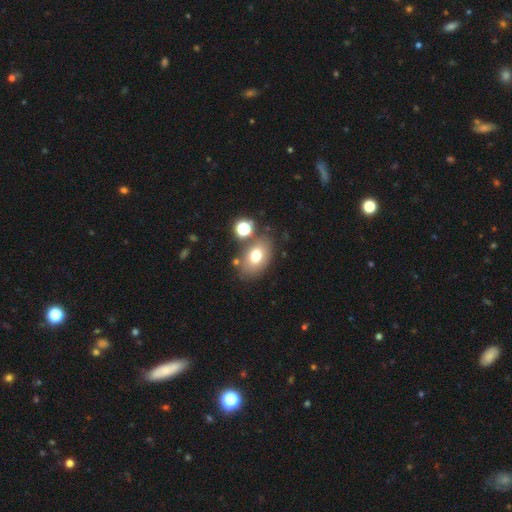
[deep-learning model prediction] This is likely a smooth galaxy (72%). How rounded: clearly in between (83%). Merging: likely none (72%).